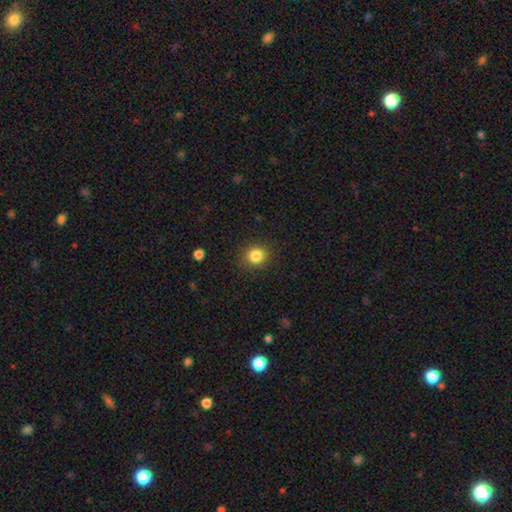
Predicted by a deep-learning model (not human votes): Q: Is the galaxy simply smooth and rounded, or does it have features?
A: smooth — 84%.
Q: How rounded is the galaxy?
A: round — 87%.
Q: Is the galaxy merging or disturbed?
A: none — 89%.